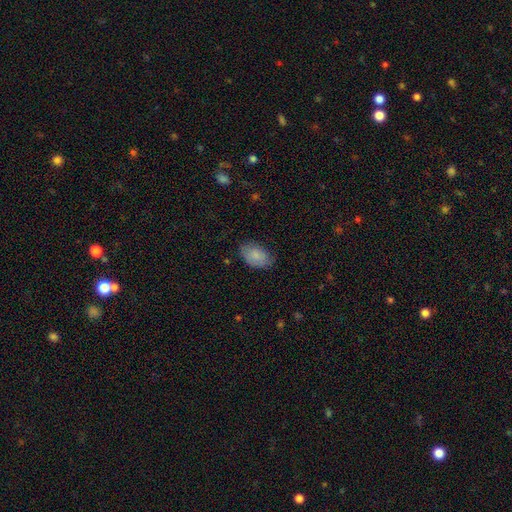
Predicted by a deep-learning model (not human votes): Overall: smooth (82%). How rounded: in between (90%). Merging: none (71%).